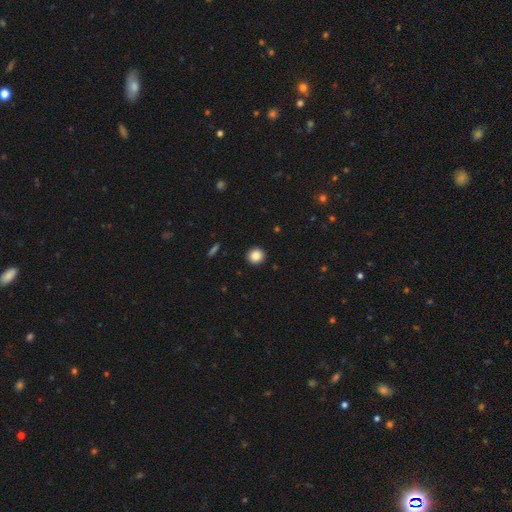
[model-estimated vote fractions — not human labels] This is clearly a smooth galaxy (87%). How rounded: clearly round (93%). Merging: clearly none (92%).